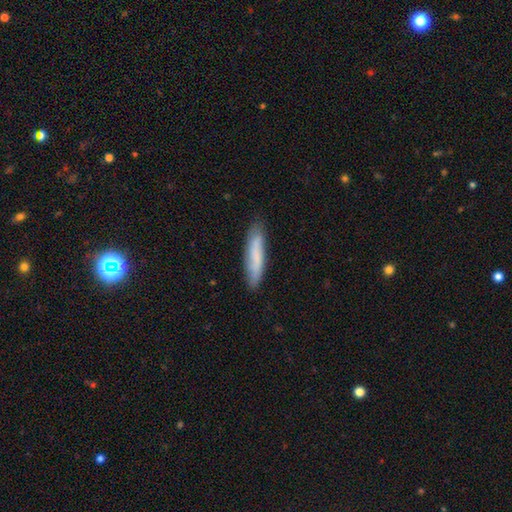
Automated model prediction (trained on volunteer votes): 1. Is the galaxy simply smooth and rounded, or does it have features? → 66% smooth, 28% featured or disk, 7% star or artifact.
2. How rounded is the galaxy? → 83% cigar-shaped, 16% in between, 1% round.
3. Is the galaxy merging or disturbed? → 81% none, 15% minor disturbance, 3% major disturbance, 1% merger.